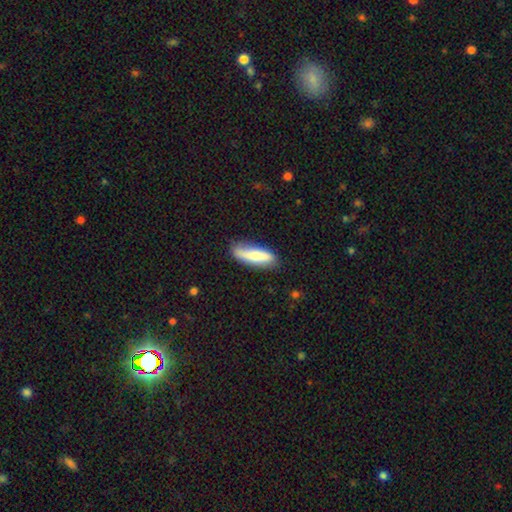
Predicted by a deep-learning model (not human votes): The model was most divided on "how rounded": cigar-shaped: 54%, in between: 44%, round: 2%. More confident: merging — none (75%); smooth or featured — smooth (71%).